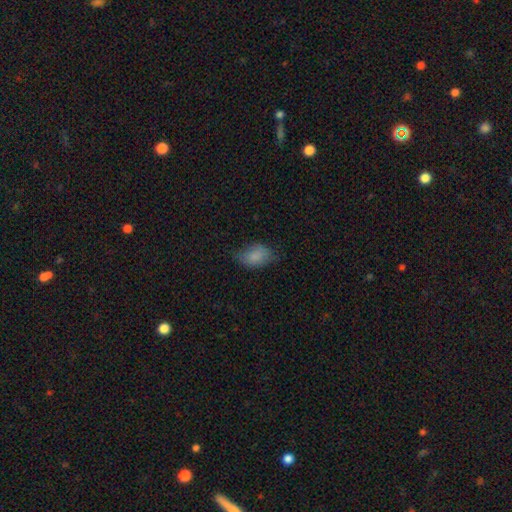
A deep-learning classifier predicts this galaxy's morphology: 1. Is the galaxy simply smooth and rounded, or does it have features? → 83% smooth, 9% featured or disk, 8% star or artifact.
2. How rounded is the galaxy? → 84% in between, 15% round, 1% cigar-shaped.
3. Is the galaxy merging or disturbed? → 62% none, 29% minor disturbance, 8% major disturbance, 1% merger.